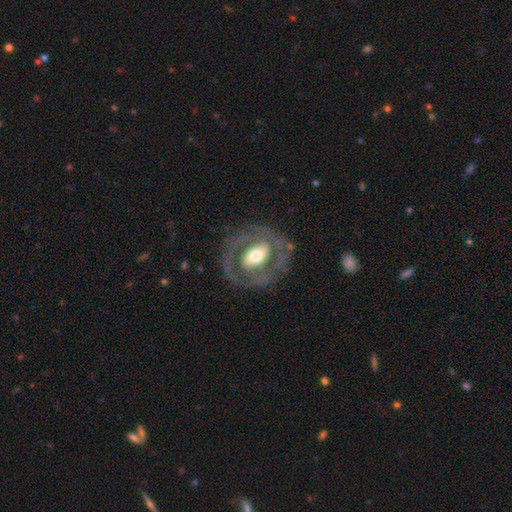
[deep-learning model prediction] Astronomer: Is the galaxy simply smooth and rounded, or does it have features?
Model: featured or disk — 75%.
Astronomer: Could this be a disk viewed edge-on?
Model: no — 95%.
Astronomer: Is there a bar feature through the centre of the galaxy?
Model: strong — 35% (runner-up: no, 32%).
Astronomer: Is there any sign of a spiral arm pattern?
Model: yes — 58% (runner-up: no, 42%).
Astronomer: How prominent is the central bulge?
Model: moderate — 60%.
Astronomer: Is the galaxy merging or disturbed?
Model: none — 76%.